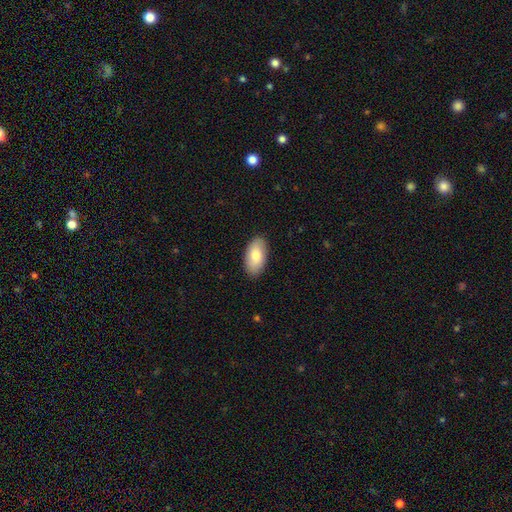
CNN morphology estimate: A smooth galaxy with no disk features (80%) that is in between round and cigar-shaped (95%).

Vote fractions:
- Smooth or featured? smooth: 80% / featured or disk: 14% / star or artifact: 6%
- How rounded? in between: 95% / round: 3% / cigar-shaped: 2%
- Merging? none: 88% / minor disturbance: 9% / major disturbance: 2% / merger: 1%